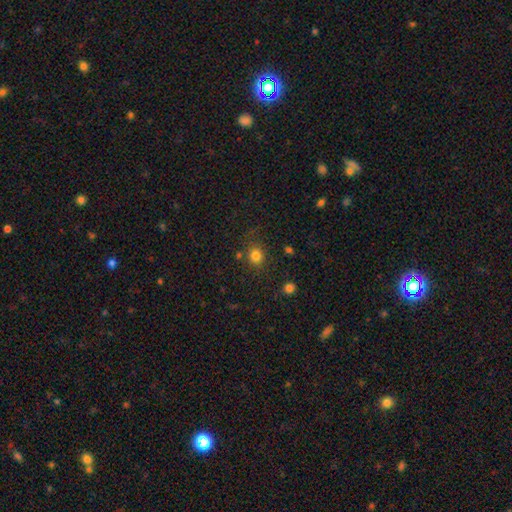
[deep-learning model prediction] smooth-or-featured: smooth: 79% | star or artifact: 15% | featured or disk: 6%
  how-rounded: round: 82% | in between: 17% | cigar-shaped: 1%
  merging: none: 79% | minor disturbance: 12% | merger: 5% | major disturbance: 4%